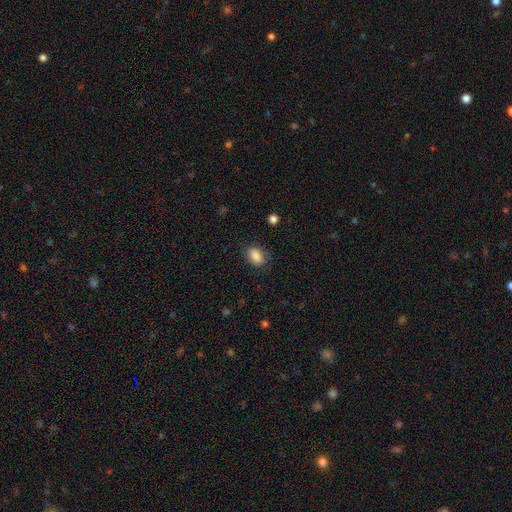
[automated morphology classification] Smooth or featured: smooth — 88% (star or artifact — 8%)
How rounded: in between — 81% (round — 17%)
Merging: none — 81% (minor disturbance — 14%)